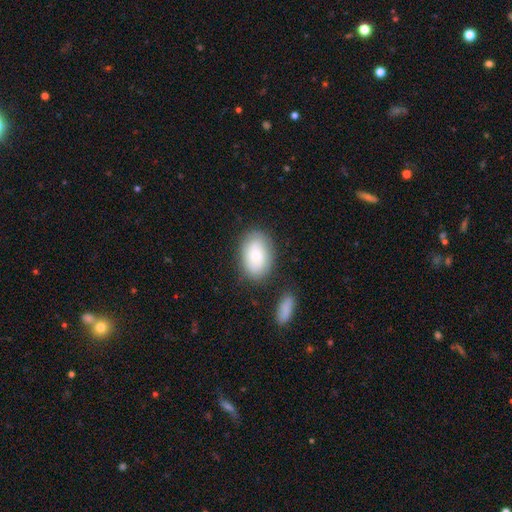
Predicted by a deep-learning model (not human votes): smooth-or-featured: smooth: 74% | featured or disk: 19% | star or artifact: 7%
  how-rounded: in between: 86% | round: 13% | cigar-shaped: 1%
  merging: none: 75% | minor disturbance: 16% | merger: 5% | major disturbance: 5%